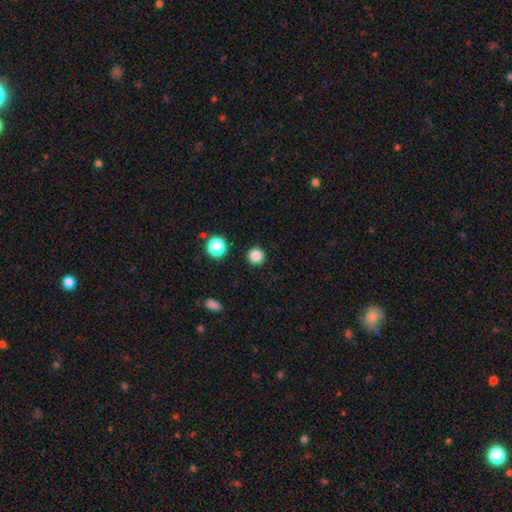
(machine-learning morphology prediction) This appears to be a smooth galaxy with no disk features (84%) that is round (95%). Merging: none (91%).